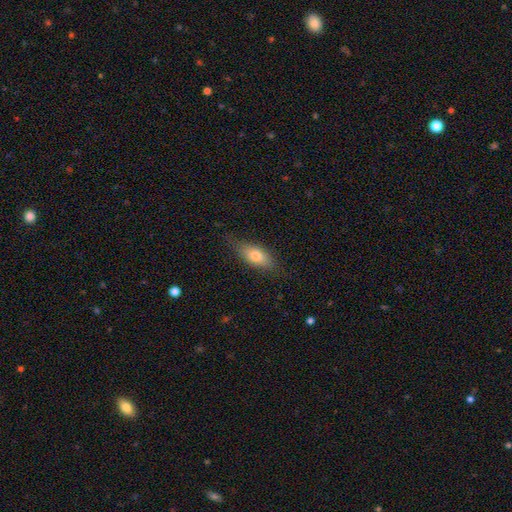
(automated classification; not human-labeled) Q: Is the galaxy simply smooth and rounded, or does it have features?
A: smooth — 73%.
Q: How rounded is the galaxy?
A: in between — 81%.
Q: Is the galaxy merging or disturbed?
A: none — 75%.